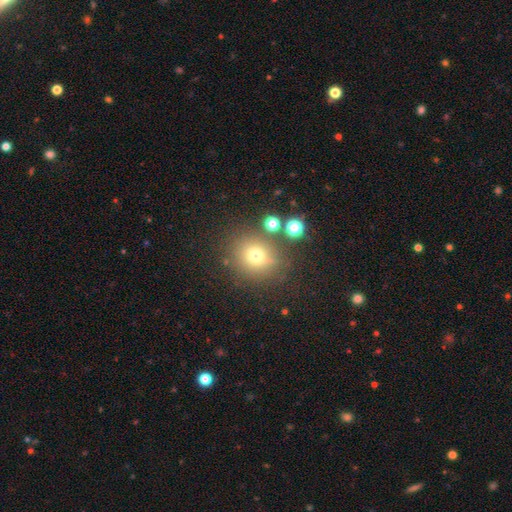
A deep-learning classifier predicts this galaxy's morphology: type=smooth (69%); roundness=round (83%); merging=none (75%).